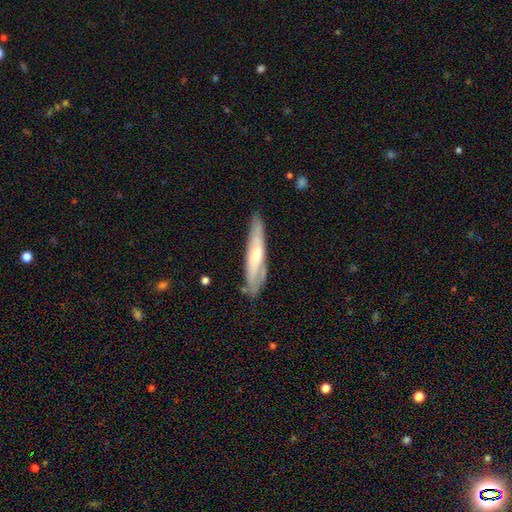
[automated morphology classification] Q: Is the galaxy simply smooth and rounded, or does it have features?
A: featured or disk — 52%.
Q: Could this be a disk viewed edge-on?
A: yes — 62%.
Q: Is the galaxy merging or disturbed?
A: none — 73%.